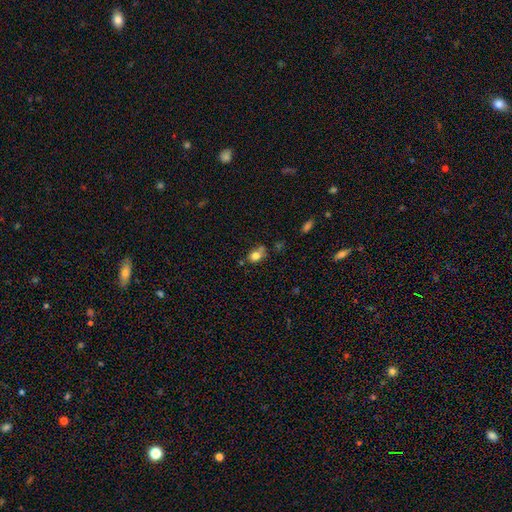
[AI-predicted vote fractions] smooth_or_featured: smooth (p=0.77) [alt: star or artifact p=0.11]
how_rounded: in between (p=0.52) [alt: round p=0.46]
merging: none (p=0.49) [alt: minor disturbance p=0.28]